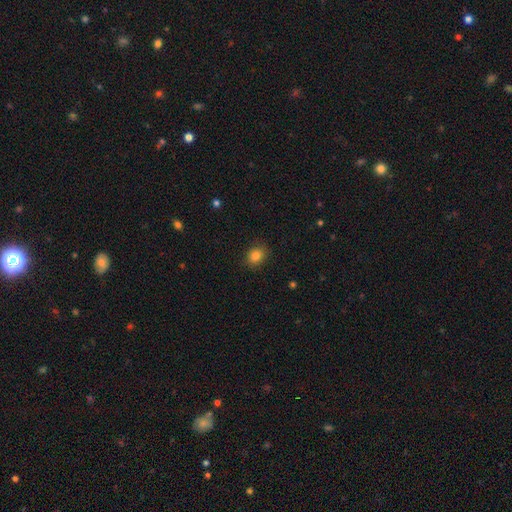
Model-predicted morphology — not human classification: type=smooth (83%); roundness=round (57%); merging=none (86%).